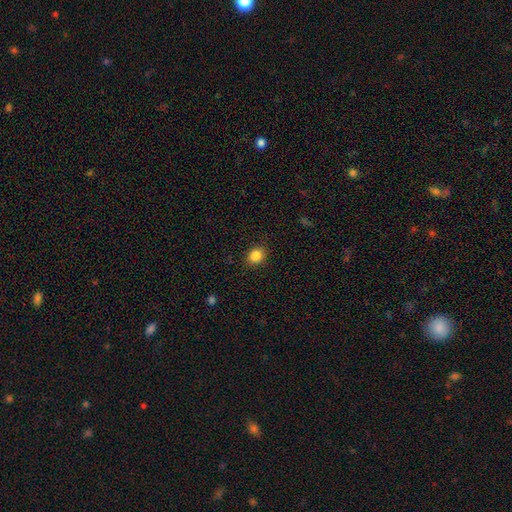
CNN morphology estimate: This appears to be a smooth galaxy with no disk features (86%) that is round (56%). Merging: none (88%).